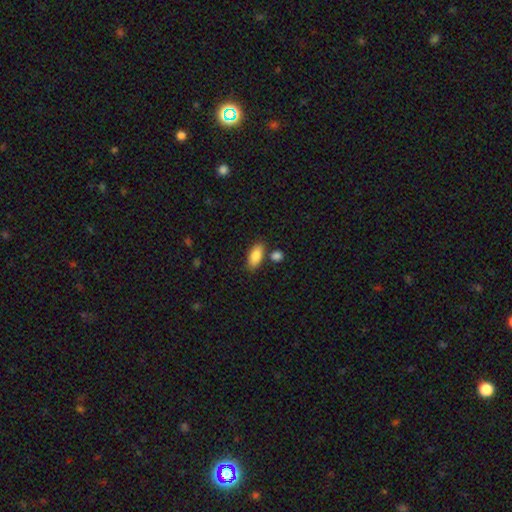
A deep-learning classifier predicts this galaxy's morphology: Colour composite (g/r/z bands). It shows a smooth galaxy with no disk features (87%) that is in between round and cigar-shaped (87%). Merging: none (76%).